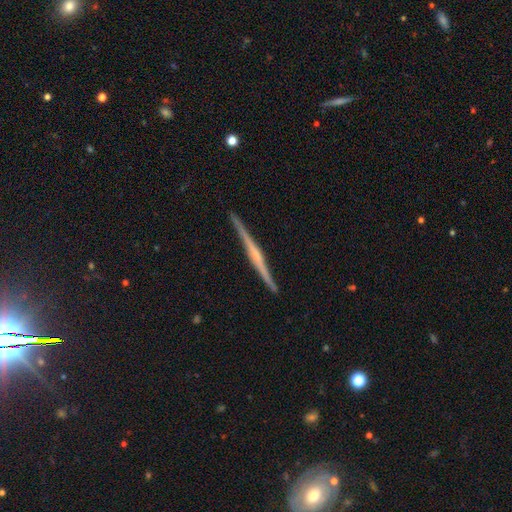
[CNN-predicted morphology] A featured or disk galaxy (81%) viewed edge-on (98%) with a rounded central bulge (56%).

Vote fractions:
- Smooth or featured? featured or disk: 81% / smooth: 14% / star or artifact: 5%
- Edge-on disk? yes: 98% / no: 2%
- Edge-on bulge? rounded: 56% / none: 31% / boxy: 13%
- Merging? none: 91% / minor disturbance: 7% / major disturbance: 1% / merger: 1%